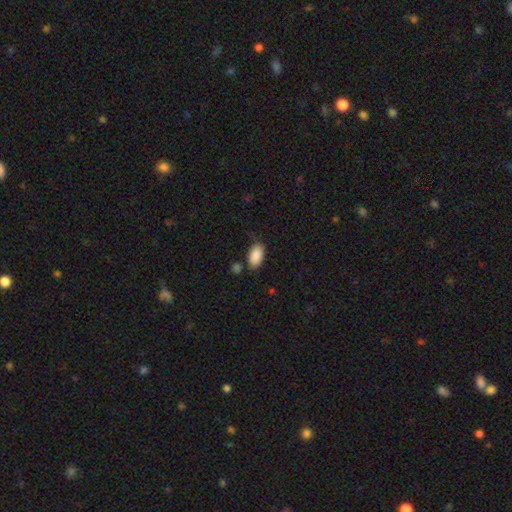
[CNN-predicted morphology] Smooth or featured?
  - smooth: 89% *
  - star or artifact: 7%
  - featured or disk: 4%
How rounded?
  - in between: 94% *
  - round: 3%
  - cigar-shaped: 2%
Merging?
  - none: 75% *
  - minor disturbance: 17%
  - merger: 5%
  - major disturbance: 4%